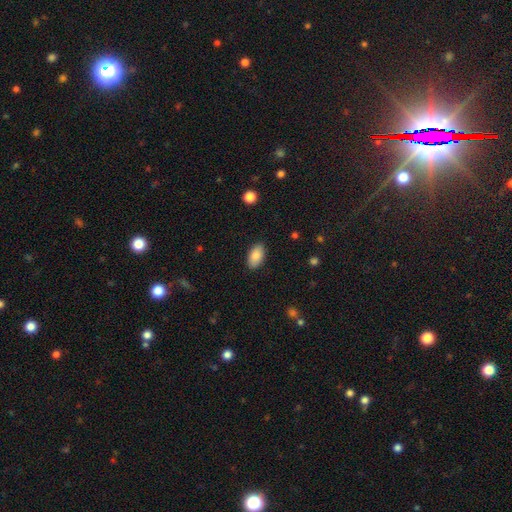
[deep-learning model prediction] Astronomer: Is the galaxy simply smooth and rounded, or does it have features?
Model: smooth — 85%.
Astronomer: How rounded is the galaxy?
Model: in between — 94%.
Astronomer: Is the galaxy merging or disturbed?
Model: none — 87%.